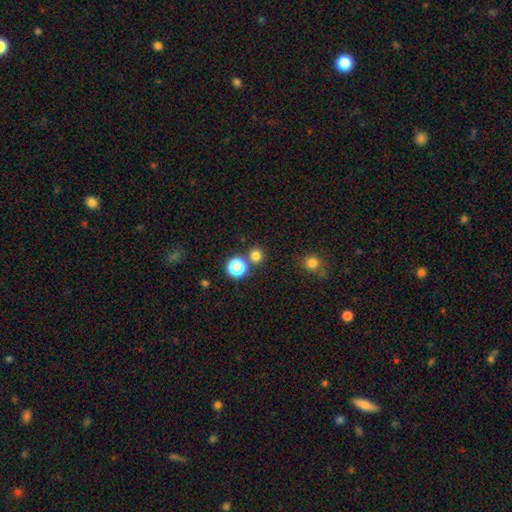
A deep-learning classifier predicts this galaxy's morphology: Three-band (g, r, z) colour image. It shows a smooth galaxy with no disk features (76%) that is round (91%). Merging: none (78%).